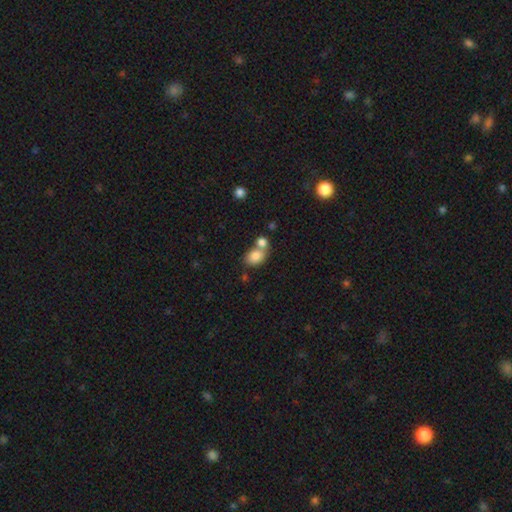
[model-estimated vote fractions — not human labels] Smooth or featured?
  - smooth: 83% *
  - star or artifact: 9%
  - featured or disk: 8%
How rounded?
  - in between: 71% *
  - round: 28%
  - cigar-shaped: 1%
Merging?
  - merger: 46% *
  - none: 39%
  - minor disturbance: 10%
  - major disturbance: 4%